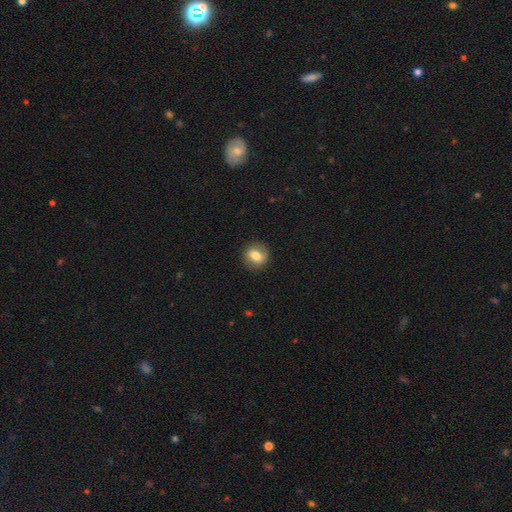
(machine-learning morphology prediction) This appears to be a smooth galaxy with no disk features (75%) that is round (75%). Merging: none (87%).